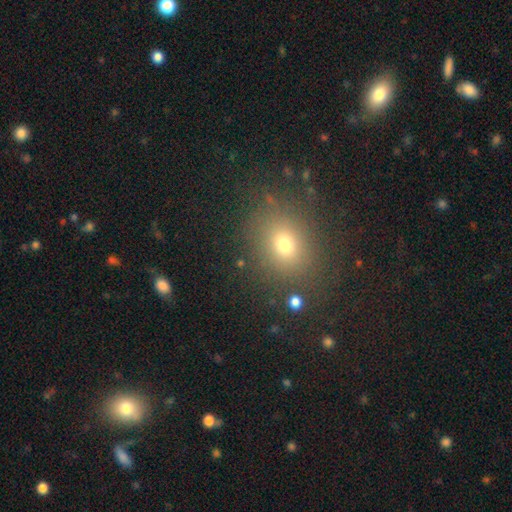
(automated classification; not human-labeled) A smooth galaxy with no disk features (62%) that is round (57%). Merging: none (85%).